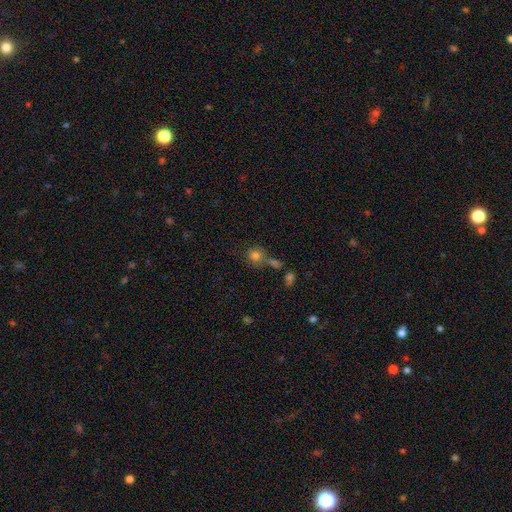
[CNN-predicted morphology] Smooth or featured? smooth (79%)
How rounded? round (85%)
Merging? none (55%)